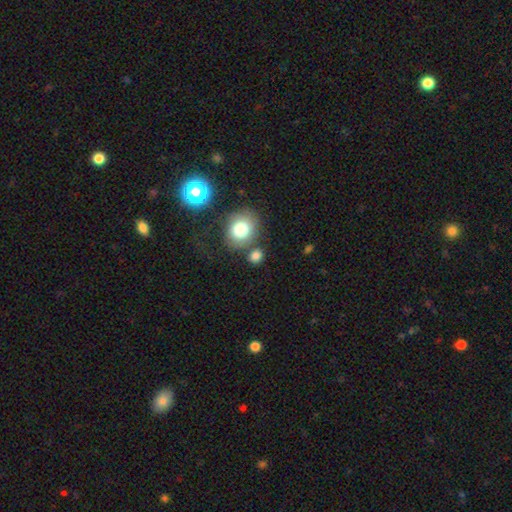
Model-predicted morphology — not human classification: Overall: smooth (80%). How rounded: round (71%). Merging: none (66%).